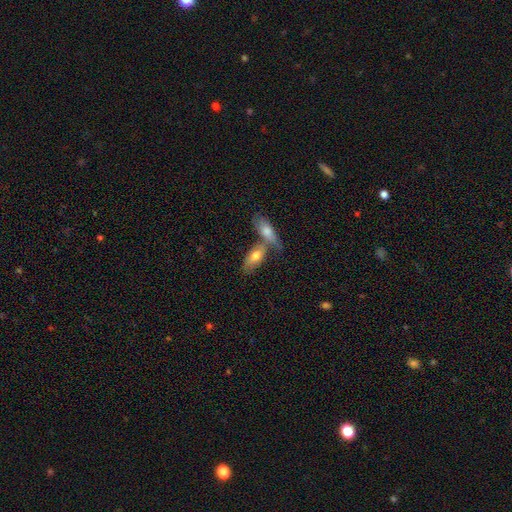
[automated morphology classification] Smooth or featured?
  - smooth: 69% *
  - featured or disk: 25%
  - star or artifact: 6%
How rounded?
  - in between: 81% *
  - cigar-shaped: 16%
  - round: 3%
Merging?
  - merger: 52% *
  - none: 35%
  - minor disturbance: 10%
  - major disturbance: 4%